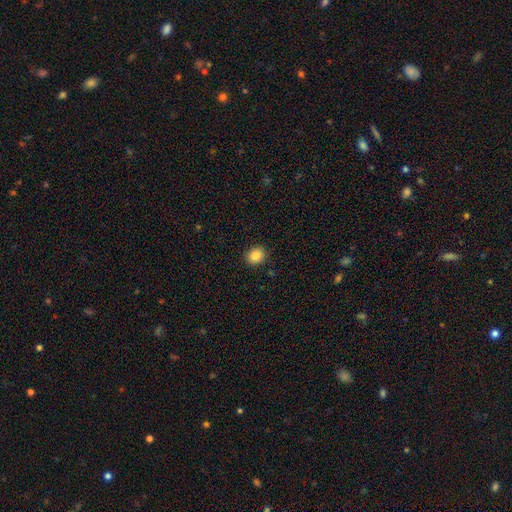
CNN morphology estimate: type=smooth (87%); roundness=round (70%); merging=none (89%).